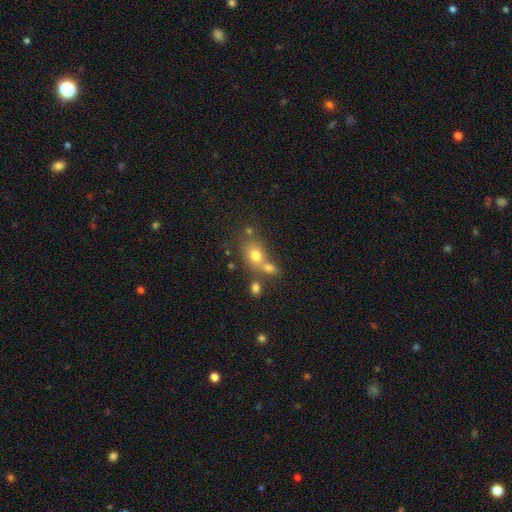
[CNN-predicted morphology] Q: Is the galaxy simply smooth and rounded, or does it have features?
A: smooth — 73%.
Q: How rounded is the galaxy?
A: in between — 61%.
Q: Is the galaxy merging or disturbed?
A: none — 43%.